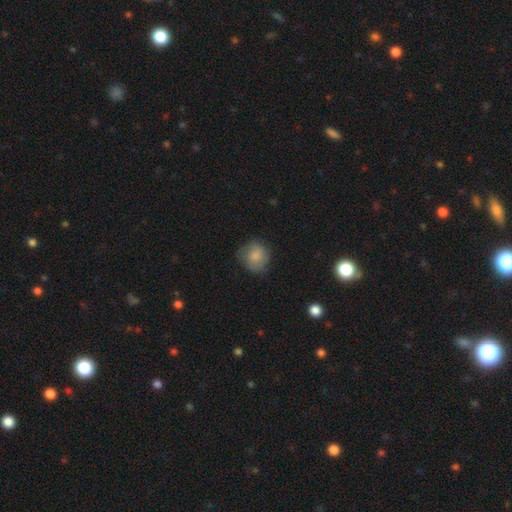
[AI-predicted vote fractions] Smooth or featured: smooth — 76% (featured or disk — 17%)
How rounded: round — 80% (in between — 19%)
Merging: none — 71% (minor disturbance — 21%)